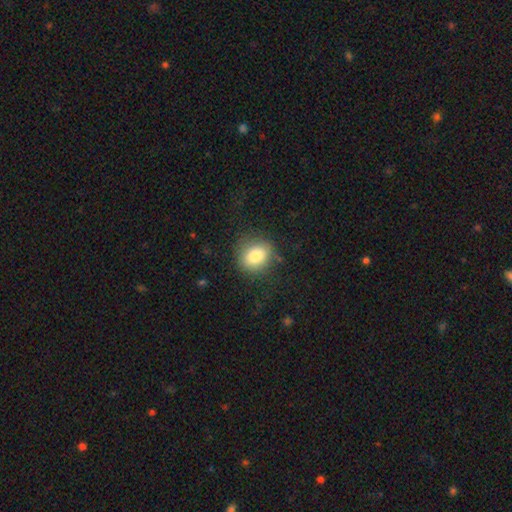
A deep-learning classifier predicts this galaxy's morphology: Smooth or featured? Predicted: smooth (p=0.80). How rounded? Predicted: round (p=0.65). Merging? Predicted: none (p=0.80).